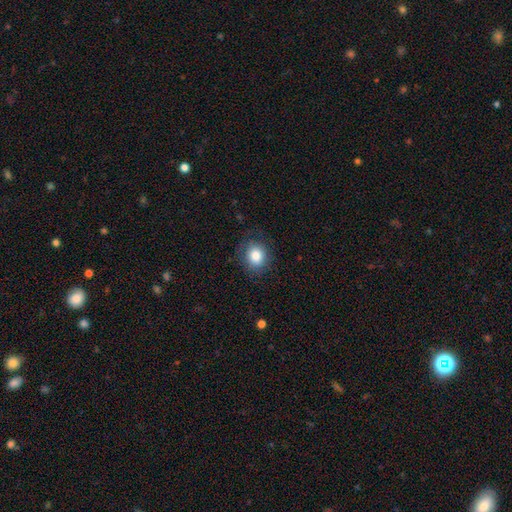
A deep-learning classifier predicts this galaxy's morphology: smooth 82%, star or artifact 10%, featured or disk 8%. Down the decision tree: how rounded — round (77%); merging — none (82%).